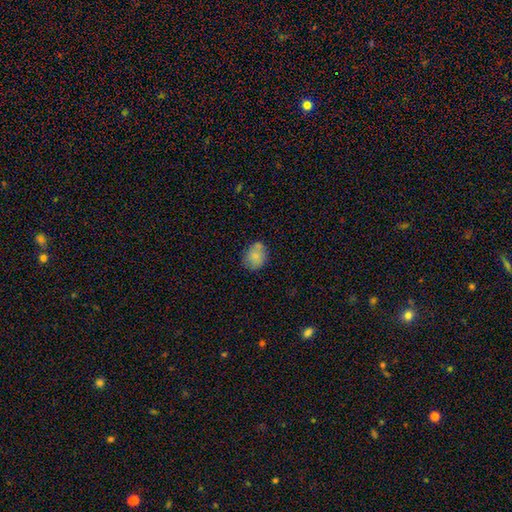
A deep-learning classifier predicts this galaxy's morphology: A smooth galaxy with no disk features (80%) that is round (60%).

Vote fractions:
- Smooth or featured? smooth: 80% / featured or disk: 11% / star or artifact: 9%
- How rounded? round: 60% / in between: 39% / cigar-shaped: 1%
- Merging? none: 68% / minor disturbance: 19% / merger: 9% / major disturbance: 5%